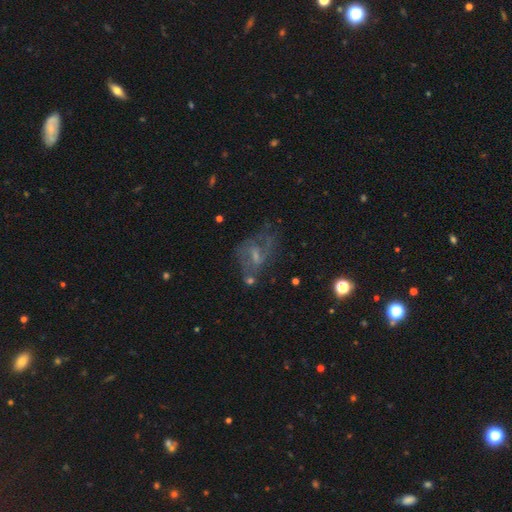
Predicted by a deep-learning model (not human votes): Overall: featured or disk (67%). Edge-on disk: no (95%). Bar: weak (52%; no 32%). Spiral arms: yes (73%). Bulge size: small (45%; moderate 28%). Merging: none (47%; major disturbance 25%).